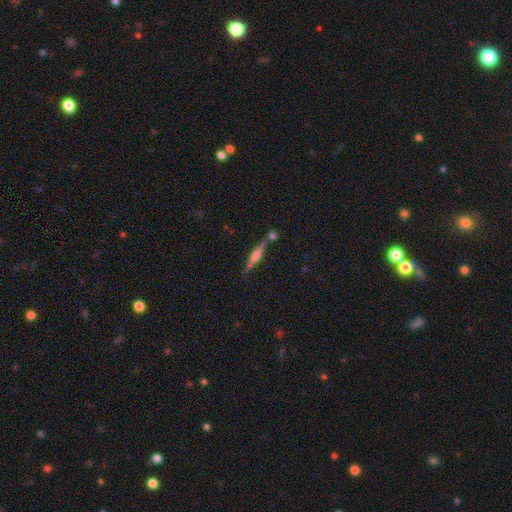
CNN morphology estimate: Smooth or featured? Predicted: featured or disk (p=0.70). Edge-on disk? Predicted: yes (p=0.97). Edge-on bulge? Predicted: rounded (p=0.75). Merging? Predicted: none (p=0.73).